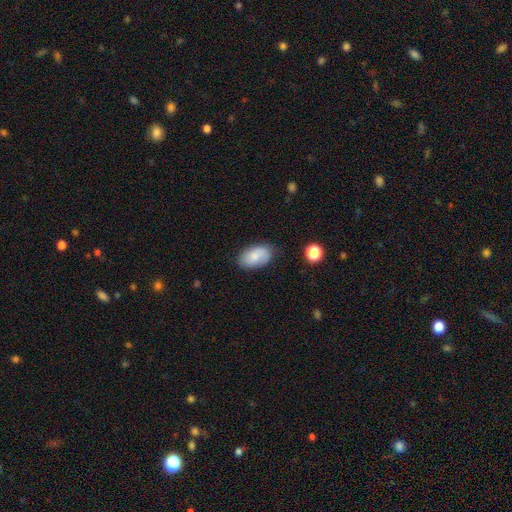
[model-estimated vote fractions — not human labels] This is likely a smooth galaxy (77%). How rounded: clearly in between (93%). Merging: likely none (77%).